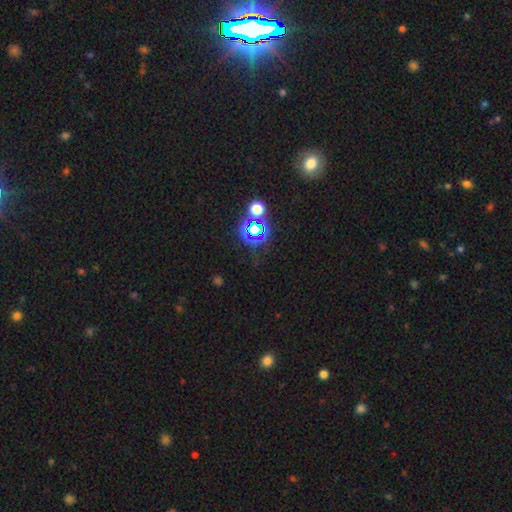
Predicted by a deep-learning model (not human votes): The model was most divided on "smooth or featured": star or artifact: 68%, smooth: 24%, featured or disk: 9%.